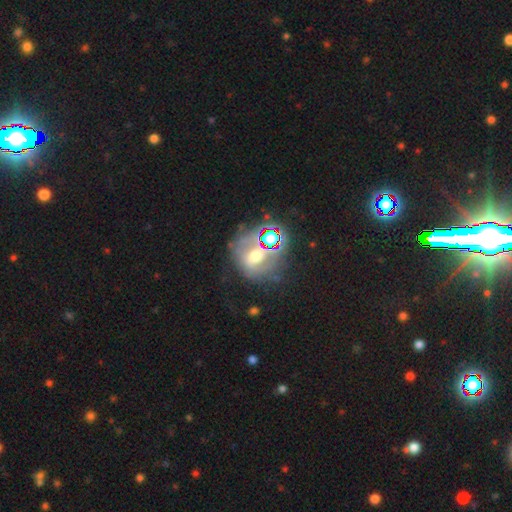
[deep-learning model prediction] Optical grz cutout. It shows a star or artifact, not a galaxy (44%).